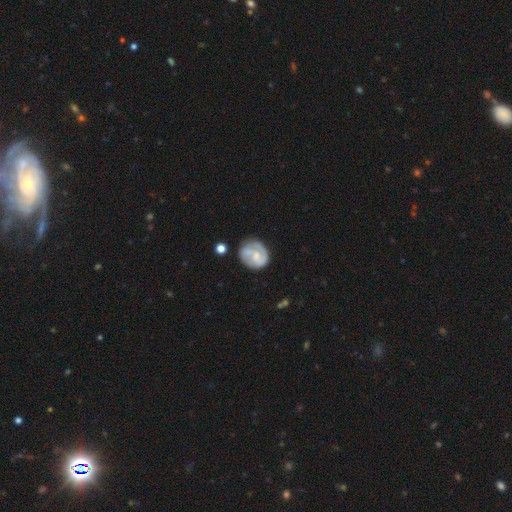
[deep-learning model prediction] Overall: featured or disk (60%; smooth 34%). Edge-on disk: no (98%). Bar: no (60%; weak 34%). Spiral arms: yes (79%). Bulge size: small (48%; moderate 33%). Merging: none (62%; minor disturbance 23%).